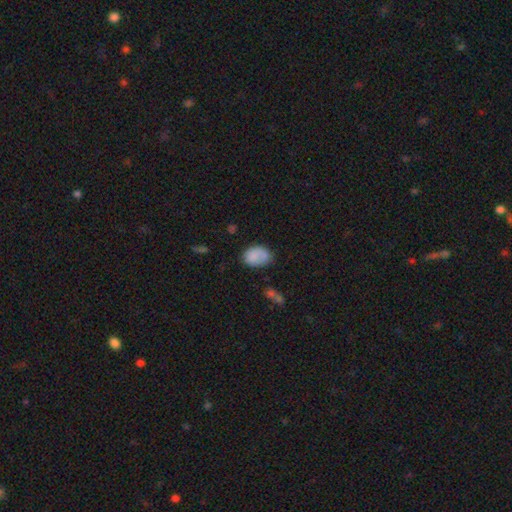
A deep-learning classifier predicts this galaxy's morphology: smooth-or-featured: smooth: 82% | featured or disk: 10% | star or artifact: 8%
  how-rounded: in between: 73% | round: 26% | cigar-shaped: 1%
  merging: none: 64% | minor disturbance: 24% | major disturbance: 8% | merger: 4%